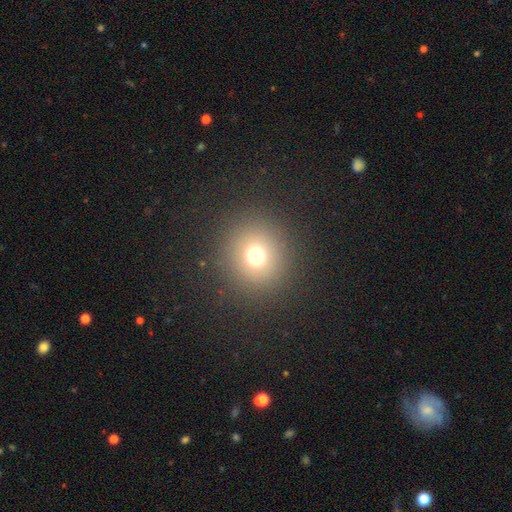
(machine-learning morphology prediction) smooth-or-featured: smooth: 71% | star or artifact: 19% | featured or disk: 10%
  how-rounded: round: 92% | in between: 7% | cigar-shaped: 1%
  merging: none: 89% | minor disturbance: 6% | major disturbance: 4% | merger: 1%